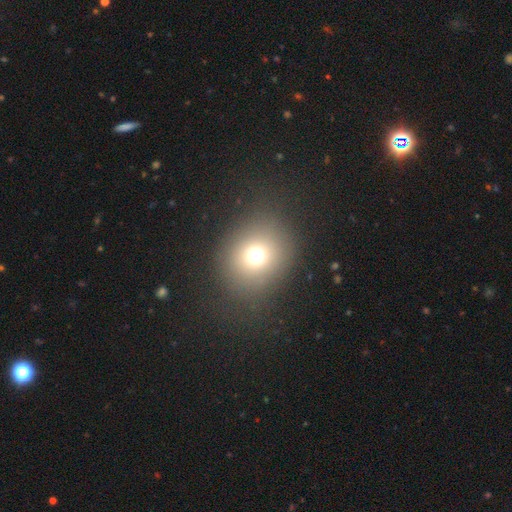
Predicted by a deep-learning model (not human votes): smooth-or-featured: smooth: 69% | star or artifact: 21% | featured or disk: 11%
  how-rounded: round: 77% | in between: 22% | cigar-shaped: 1%
  merging: none: 81% | minor disturbance: 9% | major disturbance: 8% | merger: 2%